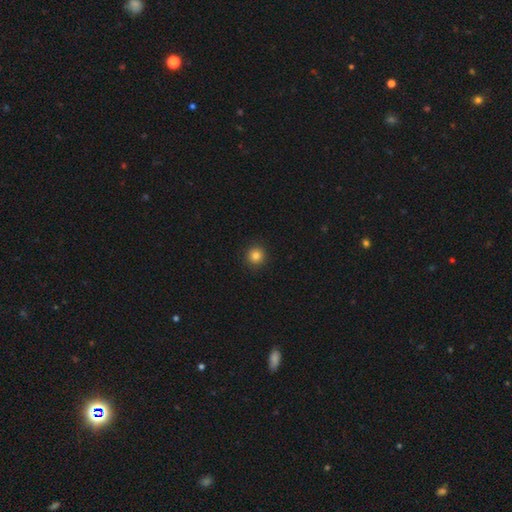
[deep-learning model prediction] The model was most divided on "smooth or featured": smooth: 83%, star or artifact: 12%, featured or disk: 5%. More confident: how rounded — round (94%); merging — none (92%).